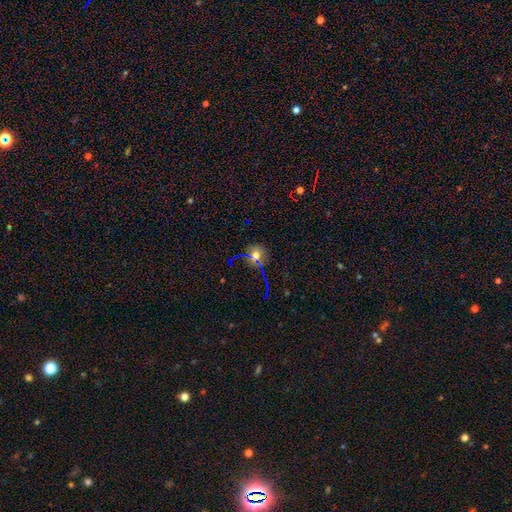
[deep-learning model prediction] Smooth or featured: smooth — 55% (star or artifact — 34%)
How rounded: round — 83% (in between — 15%)
Merging: none — 79% (minor disturbance — 11%)